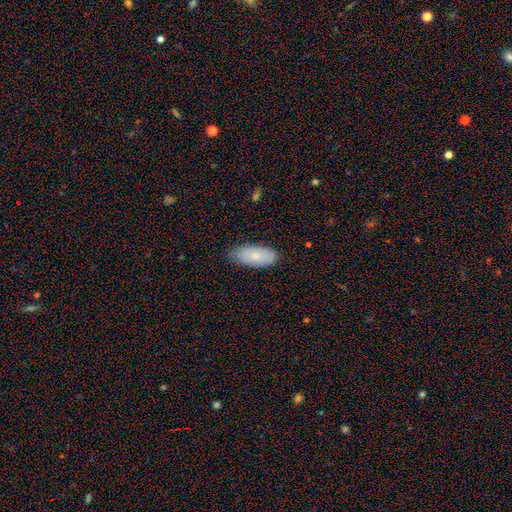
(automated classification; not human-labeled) Overall: smooth (78%). How rounded: in between (89%). Merging: none (76%).